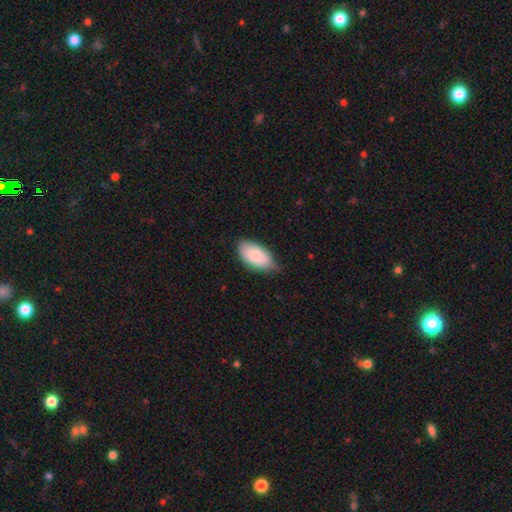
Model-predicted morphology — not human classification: A smooth galaxy with no disk features (84%) that is in between round and cigar-shaped (95%).

Vote fractions:
- Smooth or featured? smooth: 84% / featured or disk: 11% / star or artifact: 6%
- How rounded? in between: 95% / cigar-shaped: 3% / round: 3%
- Merging? none: 64% / minor disturbance: 31% / major disturbance: 4% / merger: 1%